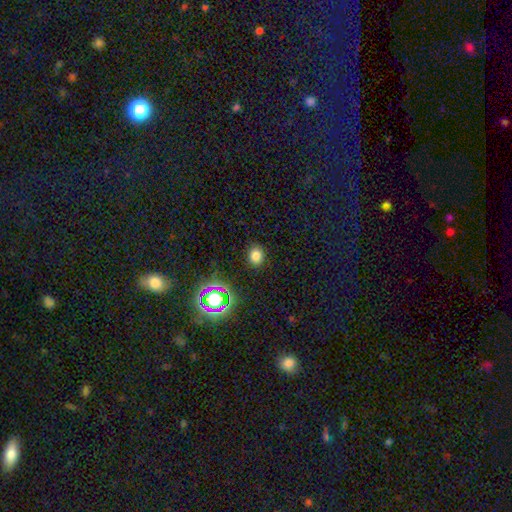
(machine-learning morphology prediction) A smooth galaxy with no disk features (76%) that is round (61%). Merging: none (88%).